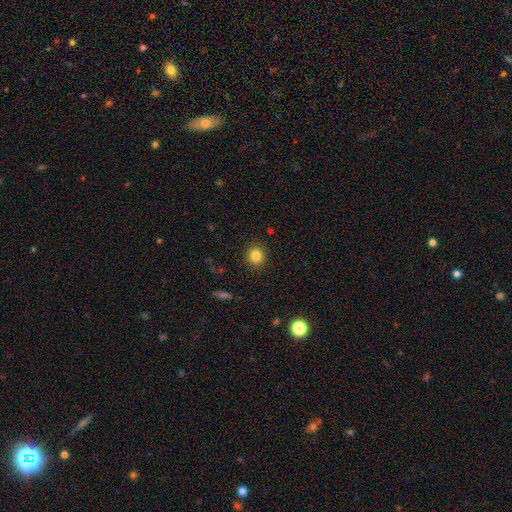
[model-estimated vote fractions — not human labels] smooth 84%, star or artifact 11%, featured or disk 6%. Down the decision tree: how rounded — round (87%); merging — none (91%).